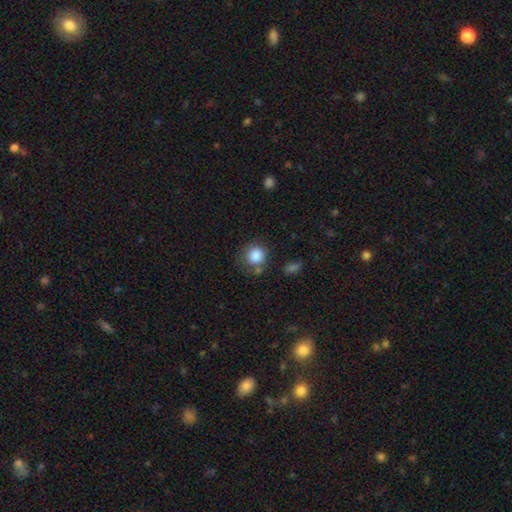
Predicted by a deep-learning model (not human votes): Smooth or featured? smooth (85%)
How rounded? round (86%)
Merging? none (67%)